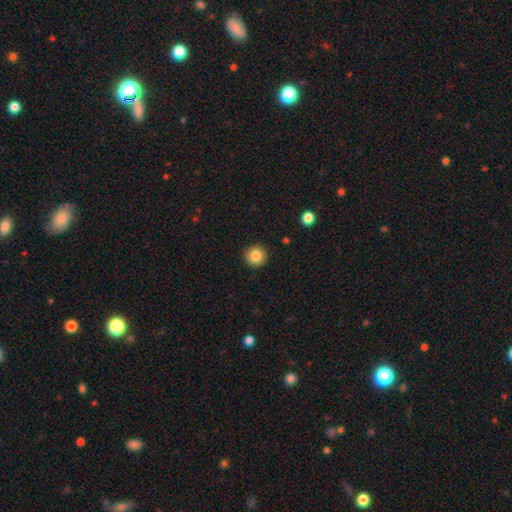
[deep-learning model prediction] Morphology: type=smooth (85%); roundness=round (94%); merging=none (92%).